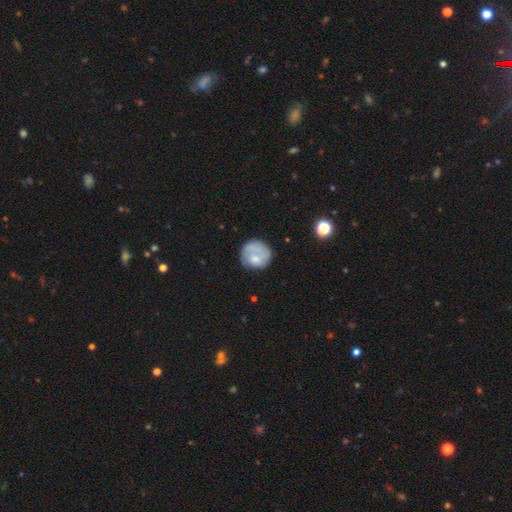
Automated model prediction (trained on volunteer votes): Smooth or featured? Predicted: smooth (p=0.65). How rounded? Predicted: round (p=0.87). Merging? Predicted: none (p=0.63).